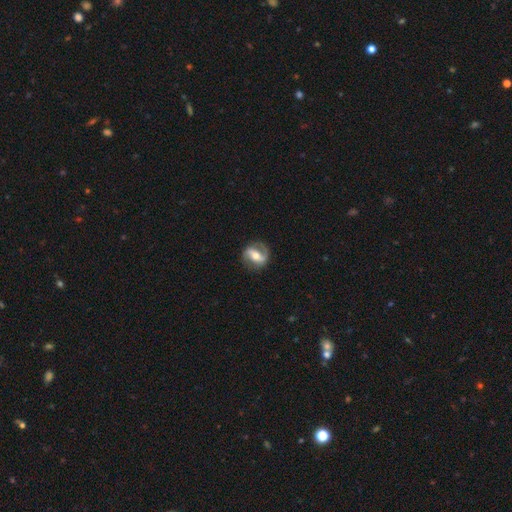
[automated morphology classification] The model was most divided on "spiral winding": medium: 42%, loose: 32%, tight: 26%. More confident: edge-on disk — no (95%); spiral arms — yes (86%); spiral arm count — 2 (82%); merging — none (79%); smooth or featured — featured or disk (77%); bulge size — moderate (68%); bar — strong (51%).